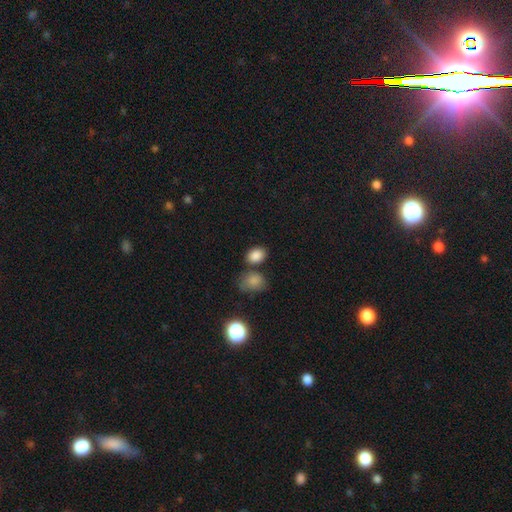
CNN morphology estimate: The model was most divided on "how rounded": in between: 68%, round: 31%, cigar-shaped: 1%. More confident: smooth or featured — smooth (85%); merging — none (67%).